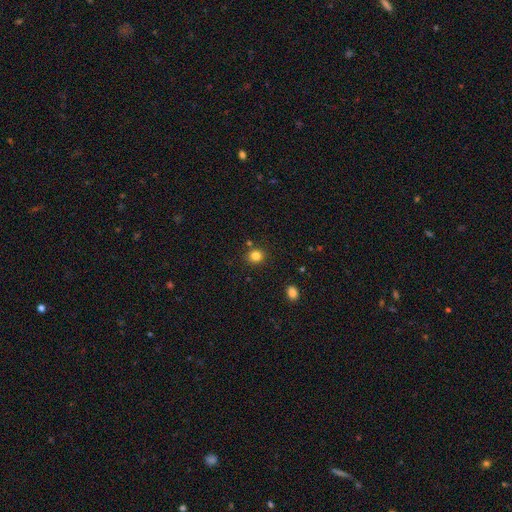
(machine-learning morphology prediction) smooth 83%, star or artifact 12%, featured or disk 5%. Down the decision tree: how rounded — round (84%); merging — none (84%).